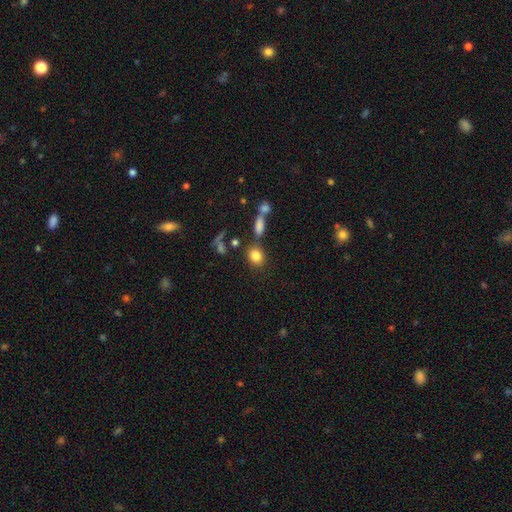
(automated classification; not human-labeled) Smooth or featured? smooth (82%)
How rounded? round (60%)
Merging? none (71%)